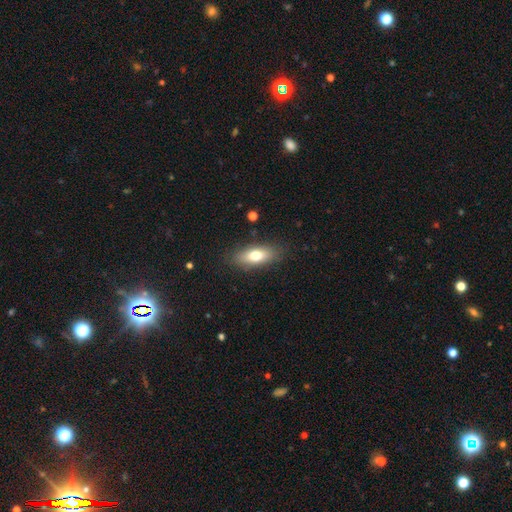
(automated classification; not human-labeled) Smooth or featured?
  - smooth: 72% *
  - featured or disk: 21%
  - star or artifact: 7%
How rounded?
  - in between: 73% *
  - cigar-shaped: 23%
  - round: 4%
Merging?
  - none: 84% *
  - minor disturbance: 12%
  - major disturbance: 3%
  - merger: 1%